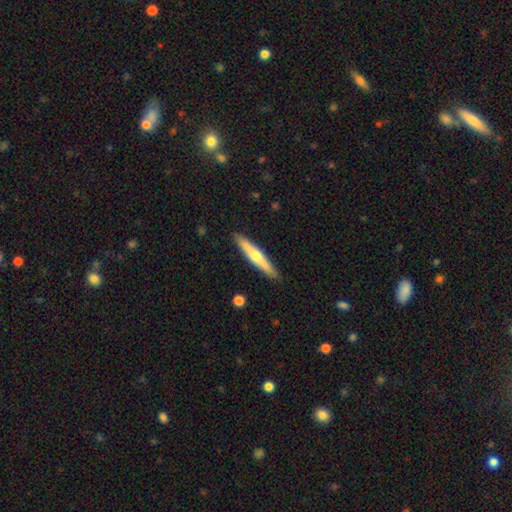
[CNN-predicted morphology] Smooth or featured?
  - featured or disk: 49% *
  - smooth: 45%
  - star or artifact: 5%
Merging?
  - none: 90% *
  - minor disturbance: 7%
  - major disturbance: 1%
  - merger: 1%